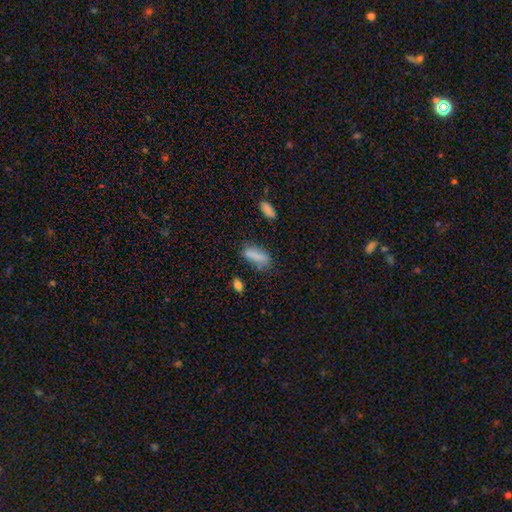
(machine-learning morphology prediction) type=smooth (80%); roundness=in between (63%); merging=none (64%).